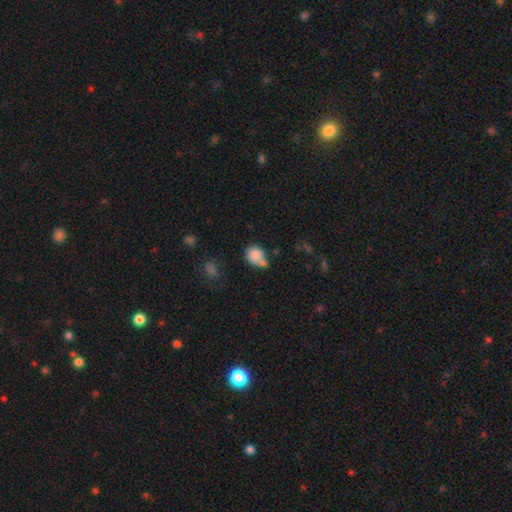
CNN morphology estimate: Q: Smooth or featured?
A: smooth (82%); runner-up: star or artifact (9%)
Q: How rounded?
A: round (64%); runner-up: in between (35%)
Q: Merging?
A: none (39%); runner-up: merger (35%)